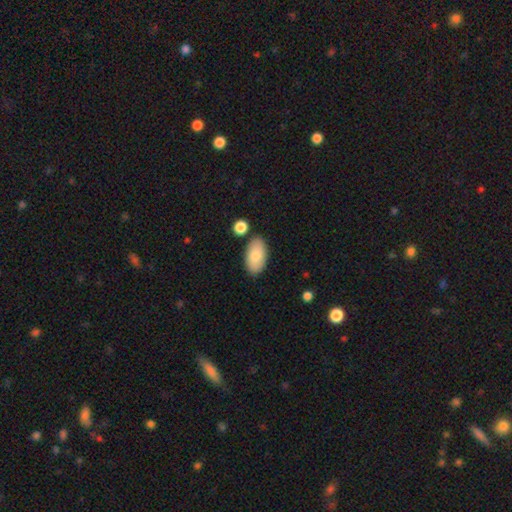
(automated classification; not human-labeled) smooth_or_featured: smooth (p=0.82) [alt: featured or disk p=0.13]
how_rounded: in between (p=0.95) [alt: round p=0.03]
merging: none (p=0.81) [alt: minor disturbance p=0.12]